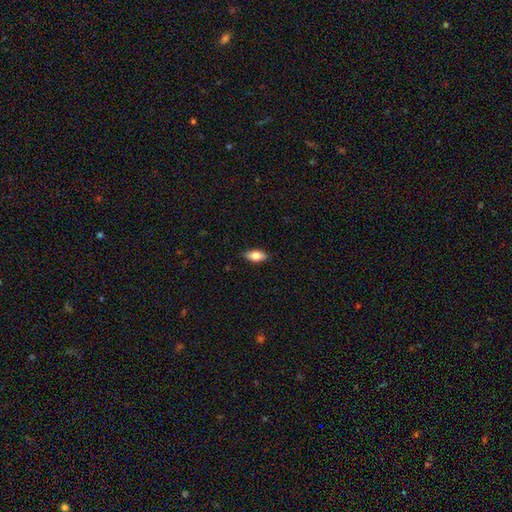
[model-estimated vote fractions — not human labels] This is likely a smooth galaxy (77%). How rounded: clearly in between (85%). Merging: clearly none (87%).